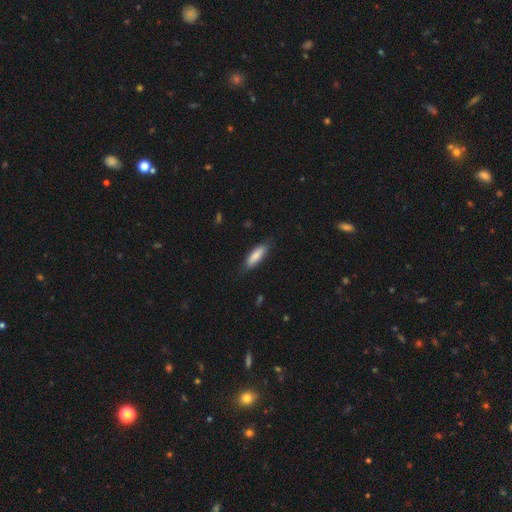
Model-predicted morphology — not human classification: A smooth galaxy with no disk features (83%) that is in between round and cigar-shaped (50%).

Vote fractions:
- Smooth or featured? smooth: 83% / featured or disk: 11% / star or artifact: 6%
- How rounded? in between: 50% / cigar-shaped: 49% / round: 2%
- Merging? none: 81% / minor disturbance: 15% / major disturbance: 3% / merger: 1%